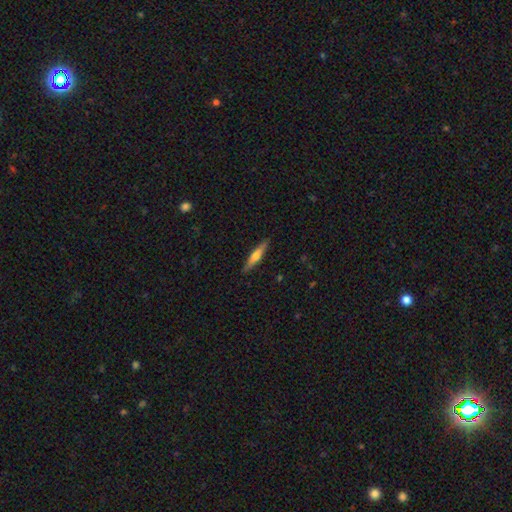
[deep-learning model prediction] Smooth or featured: featured or disk — 50% (smooth — 44%)
Merging: none — 90% (minor disturbance — 8%)